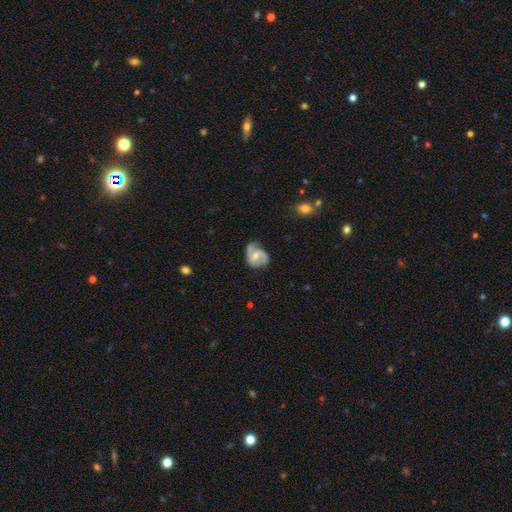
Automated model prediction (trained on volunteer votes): smooth_or_featured: featured or disk (p=0.70) [alt: smooth p=0.23]
disk_edge_on: no (p=0.98) [alt: yes p=0.02]
bar: weak (p=0.44) [tied with: no p=0.44]
has_spiral_arms: yes (p=0.90) [alt: no p=0.10]
spiral_winding: medium (p=0.47) [alt: tight p=0.28]
spiral_arm_count: 2 (p=0.76) [alt: 1 p=0.11]
bulge_size: moderate (p=0.54) [alt: small p=0.38]
merging: none (p=0.54) [alt: minor disturbance p=0.30]